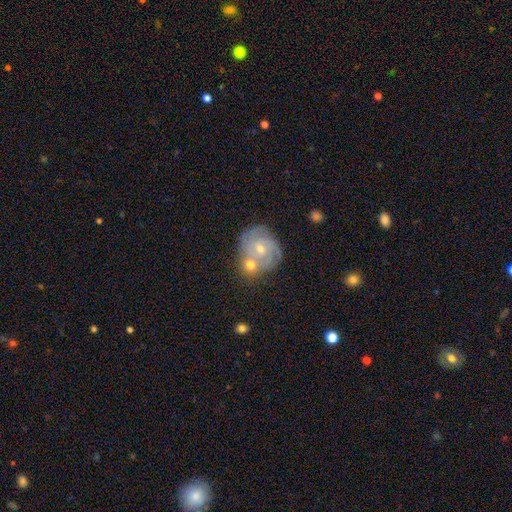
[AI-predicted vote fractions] Smooth or featured? featured or disk (66%)
Edge-on disk? no (97%)
Bar? no (72%)
Spiral arms? yes (85%)
Spiral winding? tight (63%)
Spiral arm count? can't tell (31%)
Bulge size? small (54%)
Merging? none (54%)